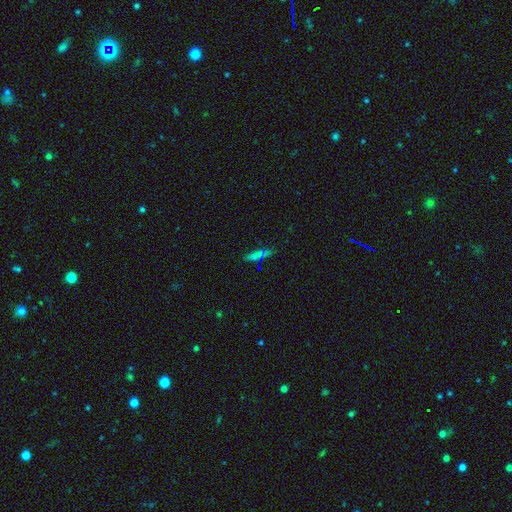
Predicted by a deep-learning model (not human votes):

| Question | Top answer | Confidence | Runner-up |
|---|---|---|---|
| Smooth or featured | smooth | 56% | star or artifact (31%) |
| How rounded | cigar-shaped | 59% | in between (34%) |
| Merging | none | 81% | minor disturbance (12%) |